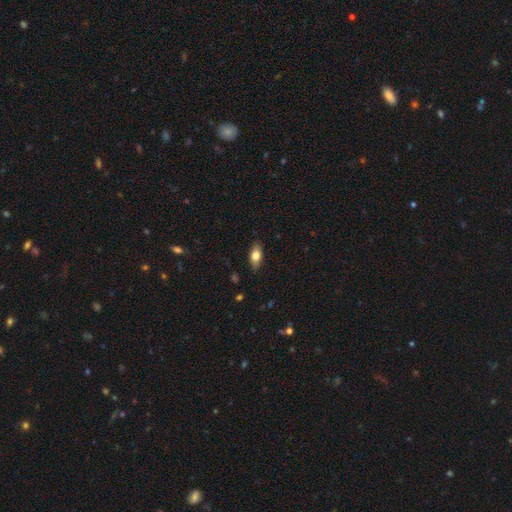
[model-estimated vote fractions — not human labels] Smooth or featured: smooth — 70% (featured or disk — 22%)
How rounded: in between — 81% (cigar-shaped — 14%)
Merging: none — 86% (minor disturbance — 11%)